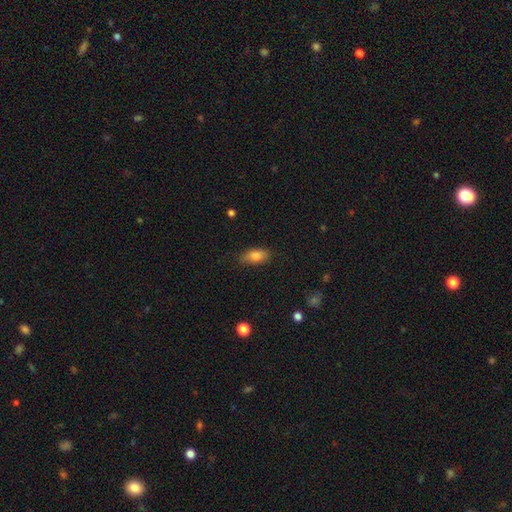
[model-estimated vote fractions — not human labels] Overall: smooth (83%). How rounded: in between (87%). Merging: none (80%).